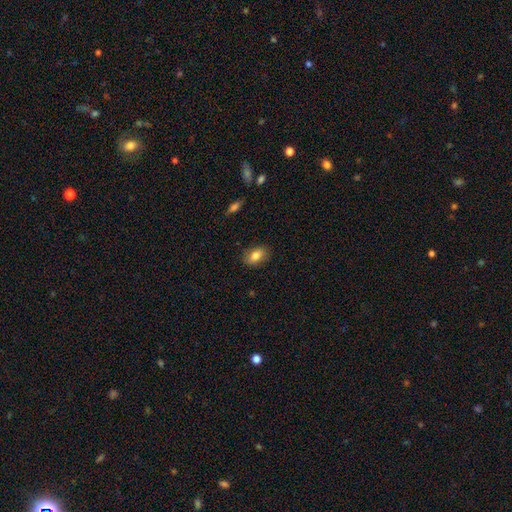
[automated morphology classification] Smooth or featured? Predicted: smooth (p=0.82). How rounded? Predicted: in between (p=0.87). Merging? Predicted: none (p=0.85).